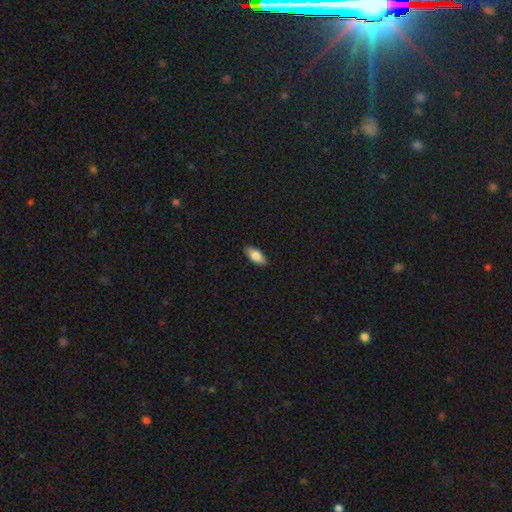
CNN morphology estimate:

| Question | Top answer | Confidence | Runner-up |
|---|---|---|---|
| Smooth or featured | smooth | 82% | featured or disk (12%) |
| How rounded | in between | 86% | cigar-shaped (12%) |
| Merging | none | 89% | minor disturbance (8%) |